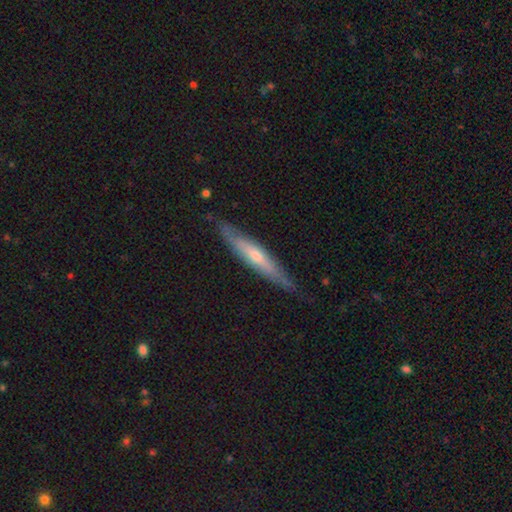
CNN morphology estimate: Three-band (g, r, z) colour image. It shows a featured or disk galaxy (60%) viewed edge-on (85%) with a rounded central bulge (65%). Merging: none (82%).